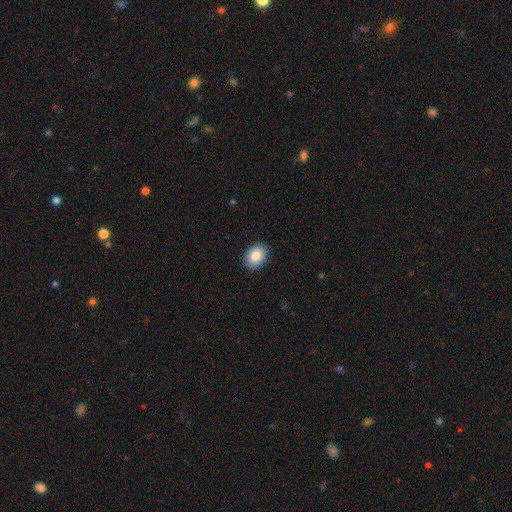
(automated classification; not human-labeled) Overall: smooth (88%). How rounded: in between (76%). Merging: none (88%).